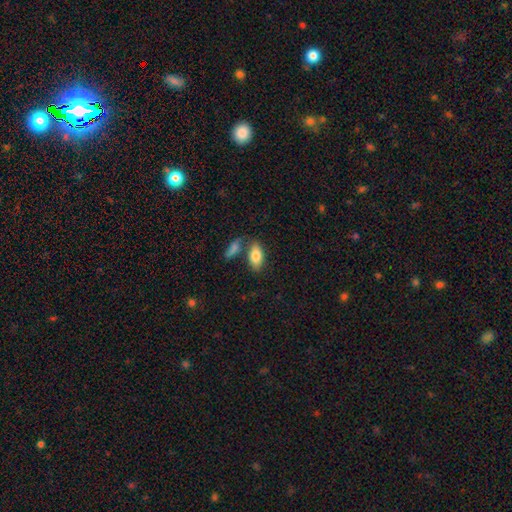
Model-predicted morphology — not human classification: This is clearly a smooth galaxy (82%). How rounded: clearly in between (91%). Merging: likely none (64%).